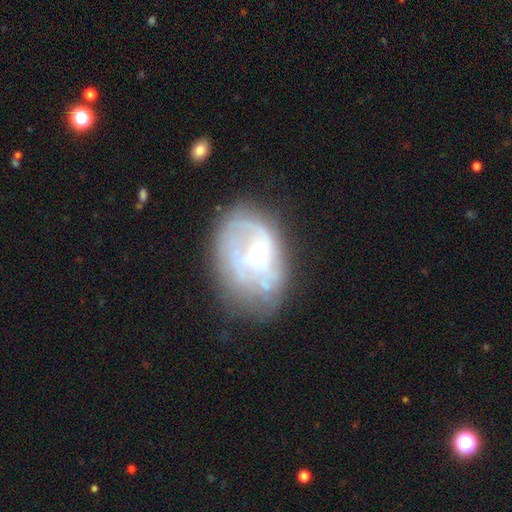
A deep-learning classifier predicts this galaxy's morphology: featured or disk 56%, smooth 34%, star or artifact 10%. Down the decision tree: edge-on disk — no (97%); bar — no (74%); spiral arms — no (63%); bulge size — none (52%); merging — none (43%).